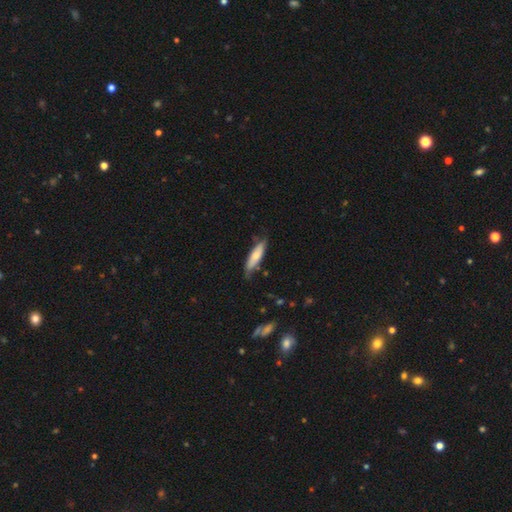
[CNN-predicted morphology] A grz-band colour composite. It shows a smooth galaxy with no disk features (65%) that is cigar-shaped (67%). Merging: none (68%).